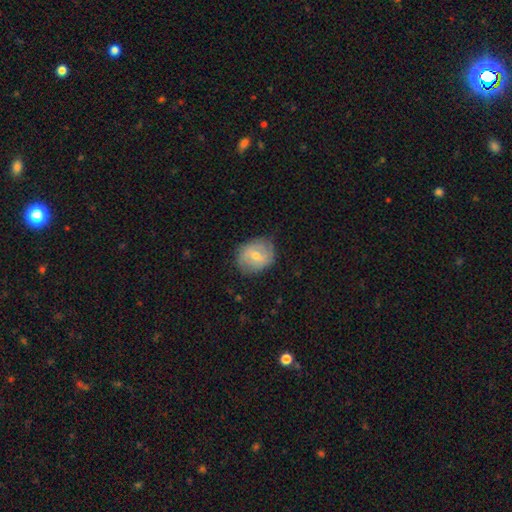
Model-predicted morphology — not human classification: smooth_or_featured: smooth (p=0.48) [alt: featured or disk p=0.44]
merging: none (p=0.75) [alt: minor disturbance p=0.20]